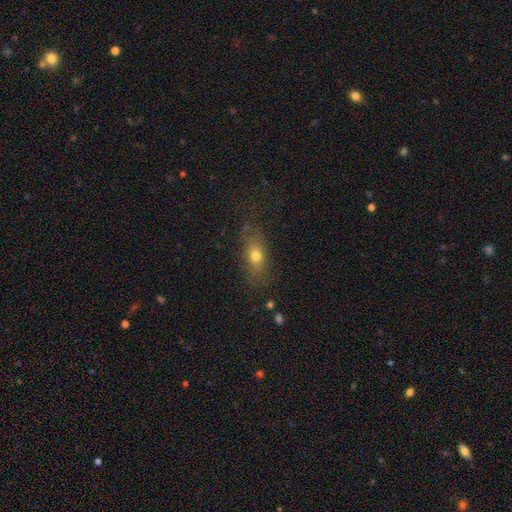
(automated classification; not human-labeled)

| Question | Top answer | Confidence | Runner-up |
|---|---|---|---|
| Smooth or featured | smooth | 69% | featured or disk (18%) |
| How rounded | in between | 69% | round (16%) |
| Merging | none | 71% | minor disturbance (19%) |